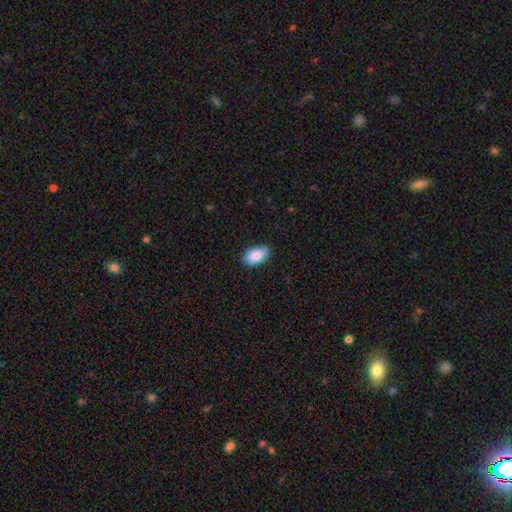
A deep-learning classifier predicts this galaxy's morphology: type=smooth (88%); roundness=in between (93%); merging=none (81%).